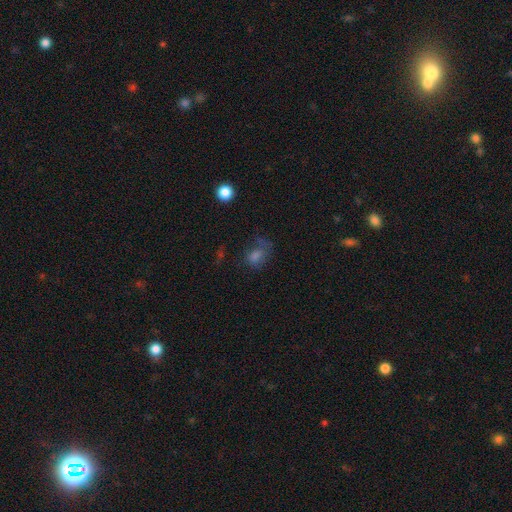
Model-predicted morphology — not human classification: smooth-or-featured: smooth: 54% | featured or disk: 23% | star or artifact: 22%
  how-rounded: in between: 62% | round: 37% | cigar-shaped: 2%
  merging: none: 45% | major disturbance: 29% | minor disturbance: 22% | merger: 4%